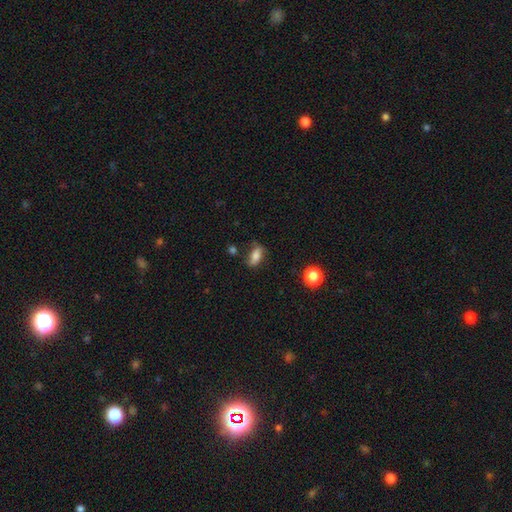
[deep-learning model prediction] The model was most divided on "merging": none: 60%, minor disturbance: 26%, major disturbance: 9%, merger: 5%. More confident: how rounded — in between (80%); smooth or featured — smooth (73%).